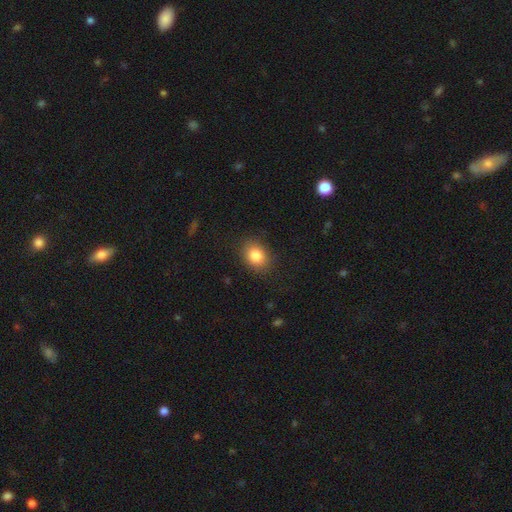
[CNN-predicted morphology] Smooth or featured?
  - smooth: 85% *
  - star or artifact: 9%
  - featured or disk: 7%
How rounded?
  - in between: 65% *
  - round: 34%
  - cigar-shaped: 1%
Merging?
  - none: 85% *
  - minor disturbance: 11%
  - major disturbance: 3%
  - merger: 1%